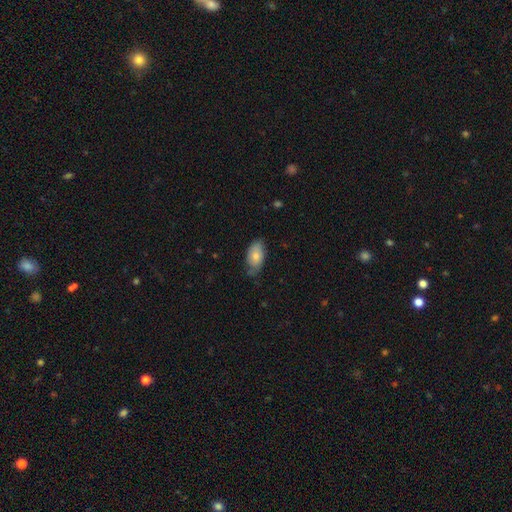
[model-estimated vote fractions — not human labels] Morphology: type=smooth (68%); roundness=in between (92%); merging=none (58%).